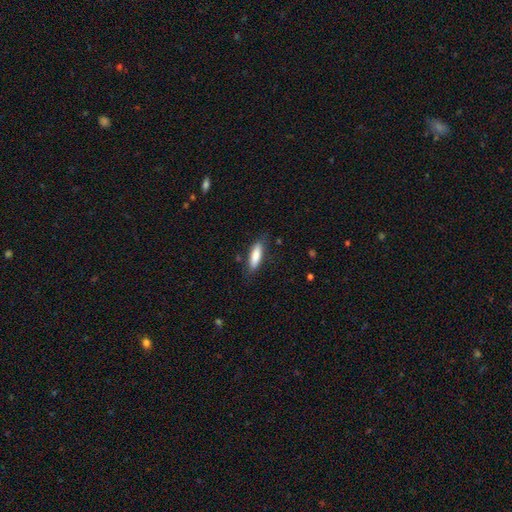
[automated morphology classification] Smooth or featured: smooth — 81% (featured or disk — 13%)
How rounded: cigar-shaped — 54% (in between — 44%)
Merging: none — 77% (minor disturbance — 17%)